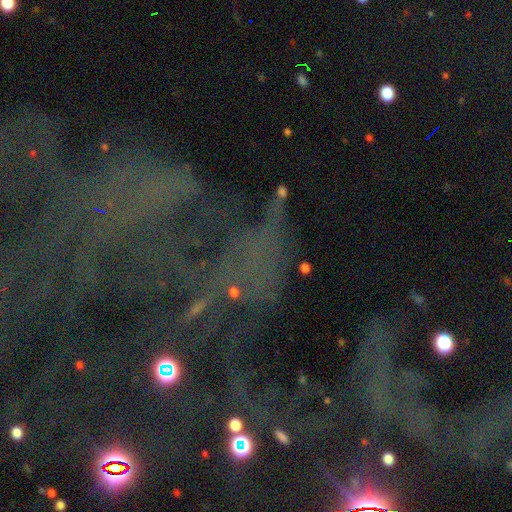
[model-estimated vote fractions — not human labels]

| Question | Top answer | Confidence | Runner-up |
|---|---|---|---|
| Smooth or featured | star or artifact | 74% | featured or disk (14%) |